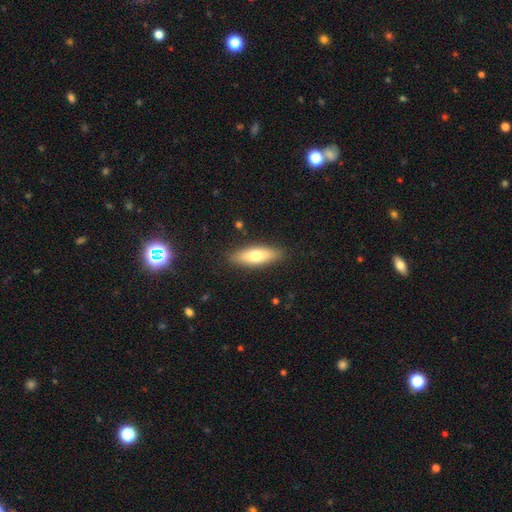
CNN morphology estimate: smooth_or_featured: smooth (p=0.70) [alt: featured or disk p=0.24]
how_rounded: in between (p=0.59) [alt: cigar-shaped p=0.39]
merging: none (p=0.88) [alt: minor disturbance p=0.09]